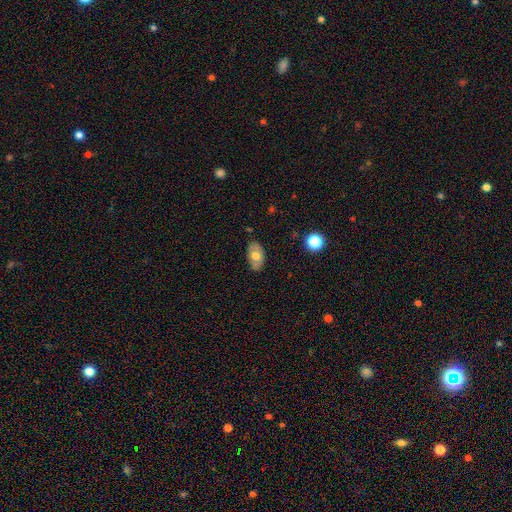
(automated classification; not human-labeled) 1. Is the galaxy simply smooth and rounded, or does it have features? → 58% smooth, 35% featured or disk, 7% star or artifact.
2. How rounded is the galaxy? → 91% in between, 7% round, 2% cigar-shaped.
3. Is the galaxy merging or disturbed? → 77% none, 18% minor disturbance, 3% major disturbance, 2% merger.